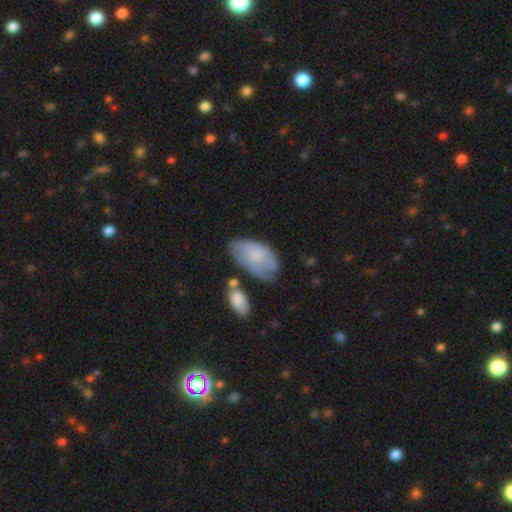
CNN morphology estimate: This appears to be a smooth galaxy with no disk features (60%) that is in between round and cigar-shaped (93%). Merging: none (46%).